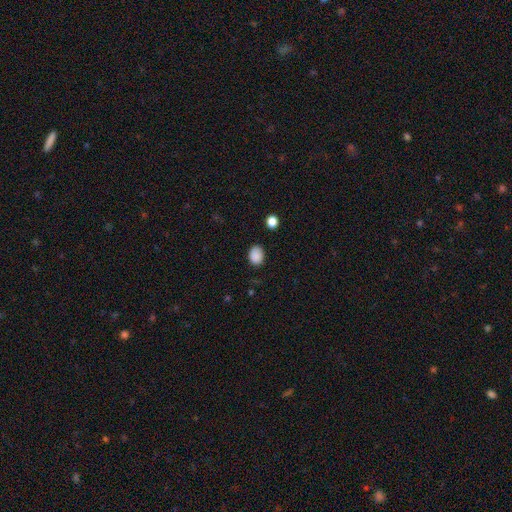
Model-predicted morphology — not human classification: A smooth galaxy with no disk features (88%) that is in between round and cigar-shaped (57%).

Vote fractions:
- Smooth or featured? smooth: 88% / star or artifact: 9% / featured or disk: 3%
- How rounded? in between: 57% / round: 42% / cigar-shaped: 1%
- Merging? none: 84% / minor disturbance: 12% / major disturbance: 3% / merger: 2%